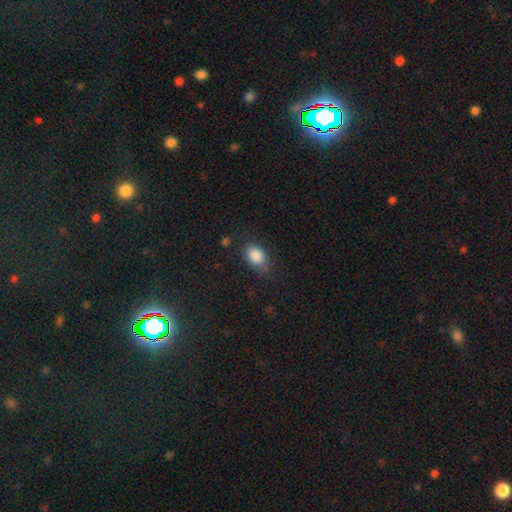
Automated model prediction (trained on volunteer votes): smooth_or_featured: smooth (p=0.87) [alt: star or artifact p=0.08]
how_rounded: in between (p=0.79) [alt: round p=0.20]
merging: none (p=0.71) [alt: minor disturbance p=0.20]